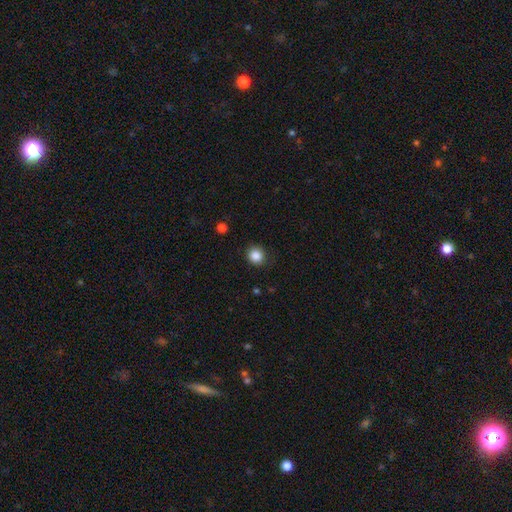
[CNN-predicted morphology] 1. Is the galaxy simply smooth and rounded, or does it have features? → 86% smooth, 10% star or artifact, 3% featured or disk.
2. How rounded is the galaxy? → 87% round, 12% in between, 1% cigar-shaped.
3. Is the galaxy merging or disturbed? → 85% none, 10% minor disturbance, 3% major disturbance, 1% merger.